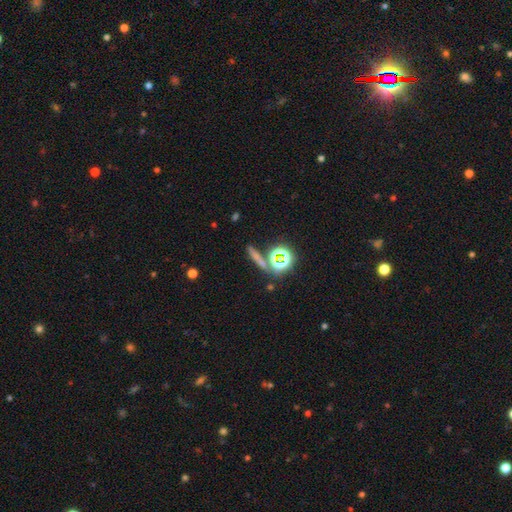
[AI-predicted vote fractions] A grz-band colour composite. It shows a star or artifact, not a galaxy (42%).